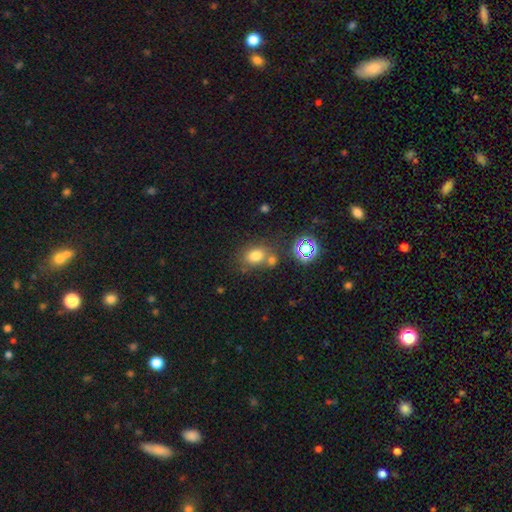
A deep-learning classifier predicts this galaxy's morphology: Q: Smooth or featured?
A: smooth (74%); runner-up: star or artifact (17%)
Q: How rounded?
A: in between (58%); runner-up: round (40%)
Q: Merging?
A: none (57%); runner-up: merger (25%)